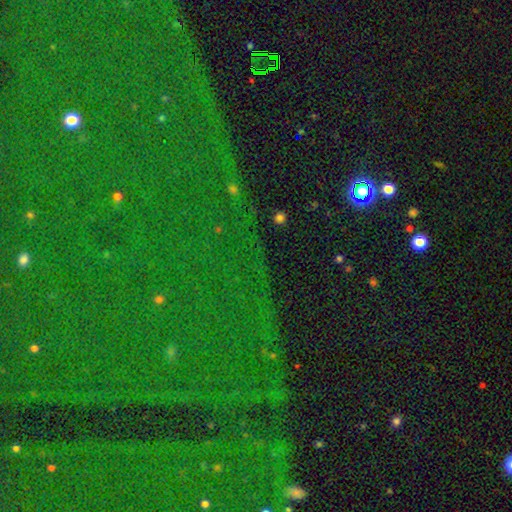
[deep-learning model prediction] This is clearly a star or artifact rather than a galaxy (81%).